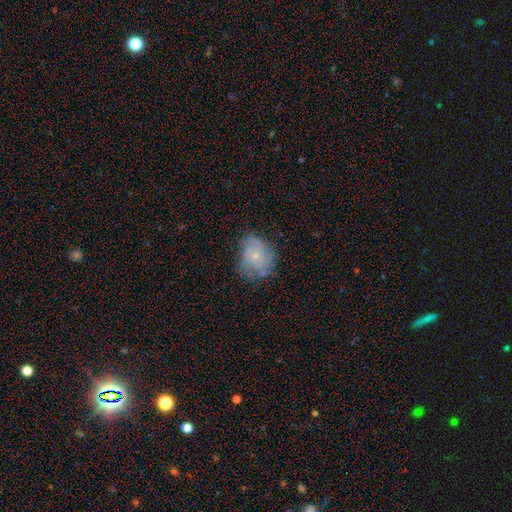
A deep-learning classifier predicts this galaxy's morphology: A featured or disk galaxy (55%) with no bar (84%), spiral arms (77%) and a small central bulge (74%).

Vote fractions:
- Smooth or featured? featured or disk: 55% / smooth: 35% / star or artifact: 10%
- Edge-on disk? no: 97% / yes: 3%
- Bar? no: 84% / weak: 14% / strong: 2%
- Spiral arms? yes: 77% / no: 23%
- Bulge size? small: 74% / moderate: 21% / none: 3% / large: 1% / dominant: 1%
- Merging? none: 55% / minor disturbance: 30% / major disturbance: 13% / merger: 2%